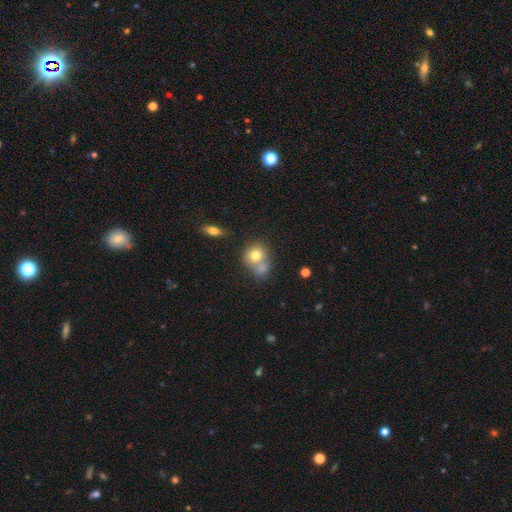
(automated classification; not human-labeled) A smooth galaxy with no disk features (75%) that is round (73%). Merging: merger (54%).